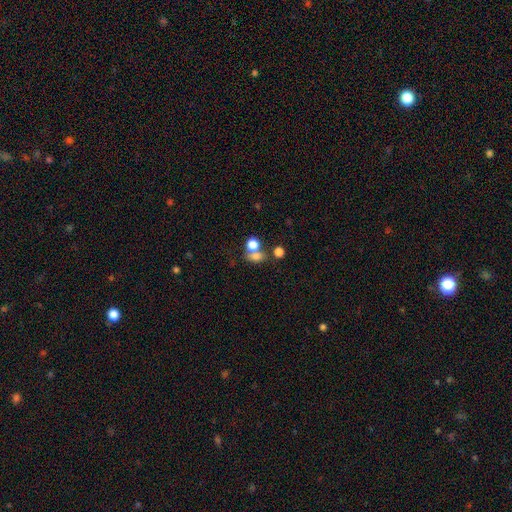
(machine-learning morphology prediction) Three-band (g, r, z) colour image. It shows a smooth galaxy with no disk features (72%) that is in between round and cigar-shaped (52%). Merging: none (44%).